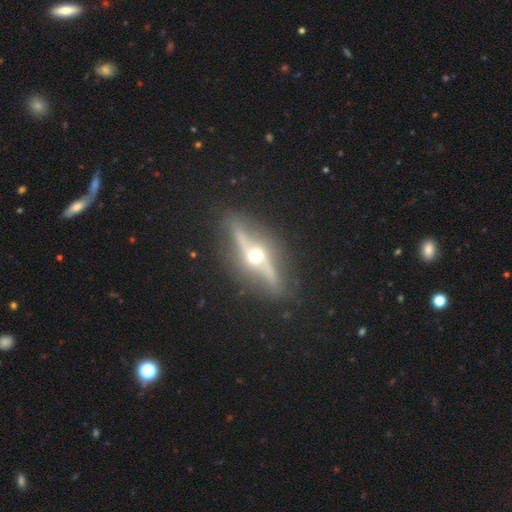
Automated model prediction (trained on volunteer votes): Smooth or featured? Predicted: featured or disk (p=0.83). Edge-on disk? Predicted: yes (p=0.82). Edge-on bulge? Predicted: rounded (p=0.96). Merging? Predicted: none (p=0.84).